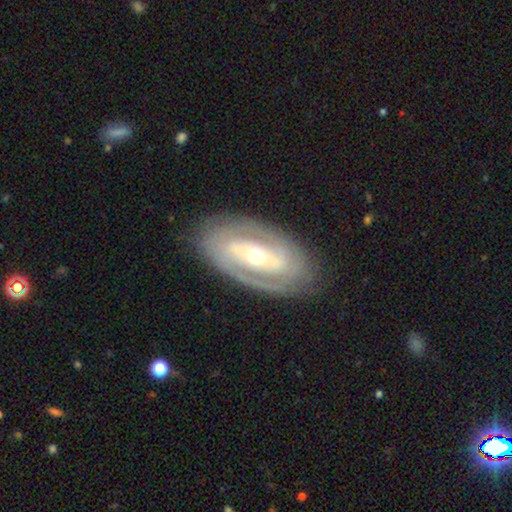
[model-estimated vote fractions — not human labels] smooth-or-featured: featured or disk: 79% | smooth: 15% | star or artifact: 5%
  disk-edge-on: no: 92% | yes: 8%
    bar: no: 41% | strong: 30% | weak: 29%
    has-spiral-arms: yes: 70% | no: 30%
      spiral-winding: tight: 56% | medium: 32% | loose: 12%
      spiral-arm-count: 2: 68% | can't tell: 21% | 1: 5% | 3: 4% | 4: 2% | more than 4: 2%
    bulge-size: moderate: 58% | small: 35% | large: 4% | dominant: 1% | none: 1%
  merging: none: 82% | minor disturbance: 12% | major disturbance: 5% | merger: 1%